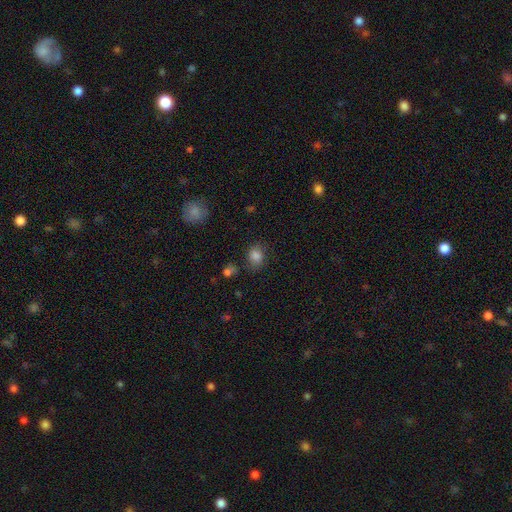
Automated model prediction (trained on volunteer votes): smooth 81%, star or artifact 12%, featured or disk 6%. Down the decision tree: how rounded — in between (52%); merging — none (70%).